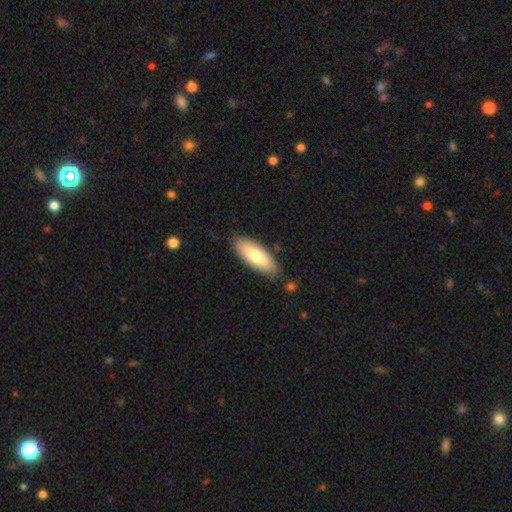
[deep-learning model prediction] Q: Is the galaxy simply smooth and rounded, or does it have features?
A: smooth — 73%.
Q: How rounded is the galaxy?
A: in between — 69%.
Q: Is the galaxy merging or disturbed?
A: none — 84%.